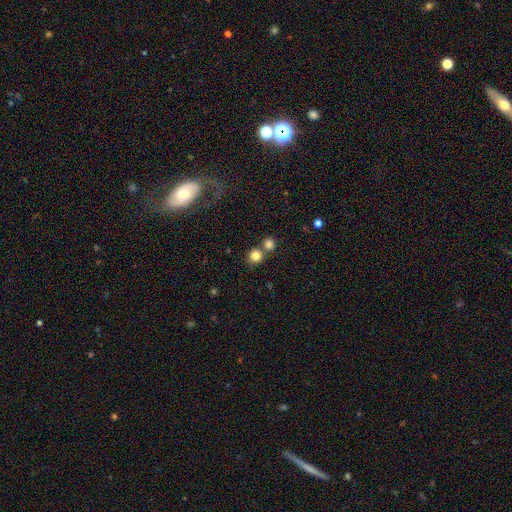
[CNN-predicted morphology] This appears to be a smooth galaxy with no disk features (82%) that is round (88%). Merging: none (59%).